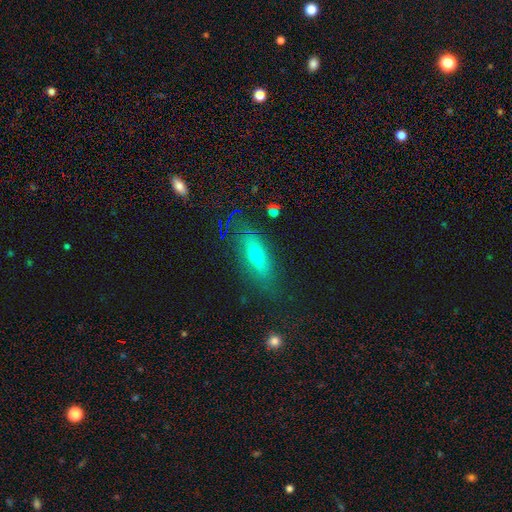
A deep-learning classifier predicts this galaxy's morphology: This is possibly a smooth galaxy (56%). How rounded: possibly in between (56%). Merging: clearly none (80%).